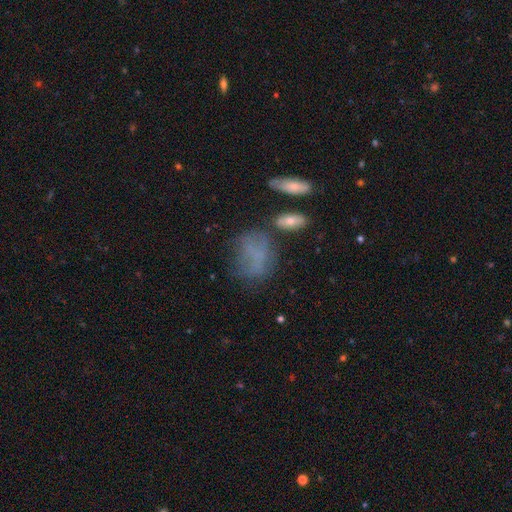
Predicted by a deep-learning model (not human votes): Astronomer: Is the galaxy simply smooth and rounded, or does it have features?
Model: smooth — 55%.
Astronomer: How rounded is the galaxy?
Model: in between — 67%.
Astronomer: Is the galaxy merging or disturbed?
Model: none — 43% (runner-up: minor disturbance, 25%).